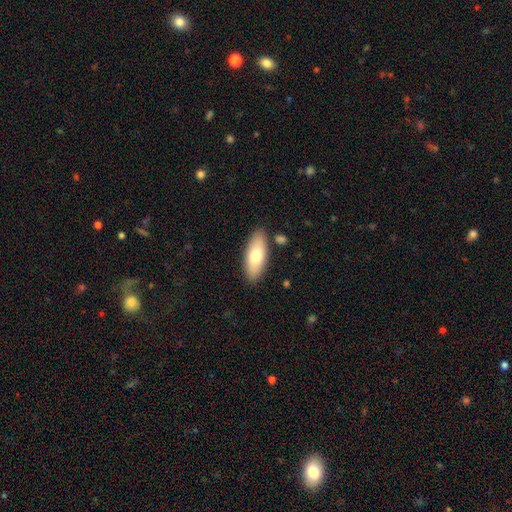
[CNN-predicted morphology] A smooth galaxy with no disk features (73%) that is in between round and cigar-shaped (81%). Merging: none (85%).